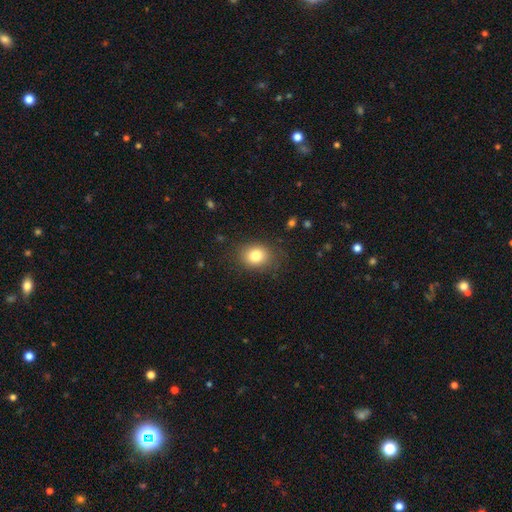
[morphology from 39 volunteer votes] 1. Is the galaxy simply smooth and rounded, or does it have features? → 90% smooth, 5% featured or disk, 5% star or artifact.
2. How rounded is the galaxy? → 77% round, 23% in between, 0% cigar-shaped.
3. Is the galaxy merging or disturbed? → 84% none, 16% minor disturbance, 0% major disturbance, 0% merger.